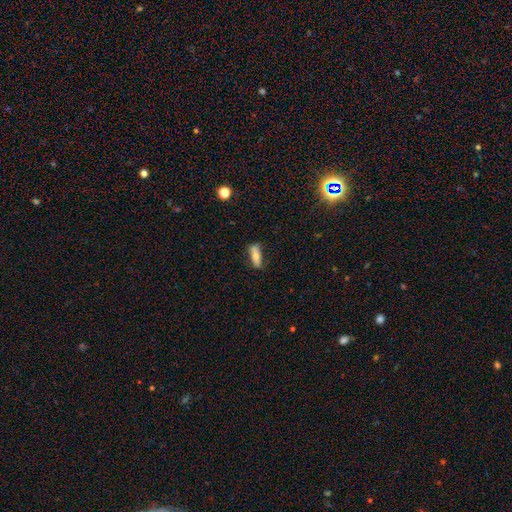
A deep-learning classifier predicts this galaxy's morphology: Smooth or featured? Predicted: smooth (p=0.64). How rounded? Predicted: in between (p=0.57). Merging? Predicted: none (p=0.70).